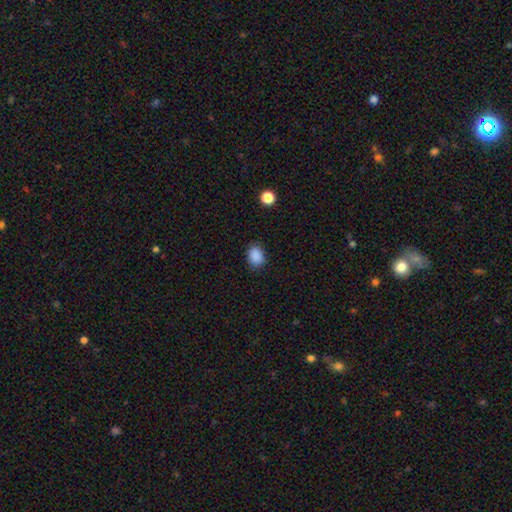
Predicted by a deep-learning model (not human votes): This is clearly a smooth galaxy (87%). How rounded: possibly in between (59%). Merging: clearly none (82%).